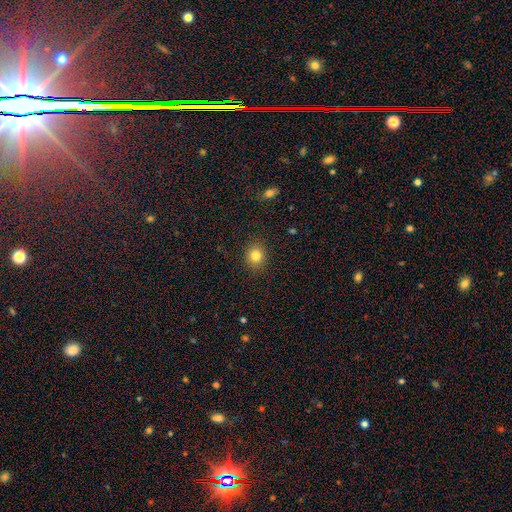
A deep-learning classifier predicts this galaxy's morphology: smooth_or_featured: smooth (p=0.82) [alt: star or artifact p=0.12]
how_rounded: round (p=0.74) [alt: in between p=0.25]
merging: none (p=0.90) [alt: minor disturbance p=0.07]